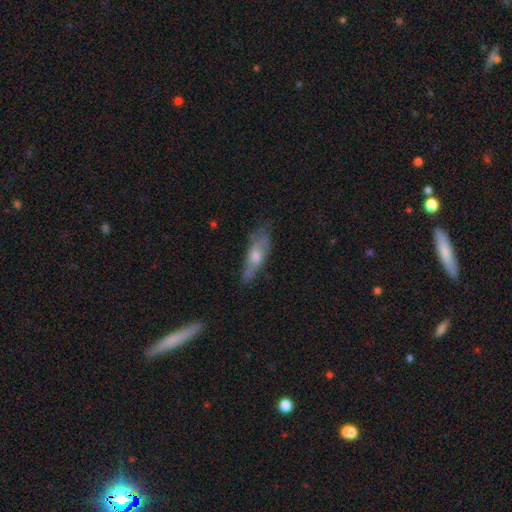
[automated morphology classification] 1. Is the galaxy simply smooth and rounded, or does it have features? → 46% featured or disk (tied), 46% smooth (tied), 8% star or artifact.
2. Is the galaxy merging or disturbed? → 64% none, 26% minor disturbance, 8% major disturbance, 2% merger.